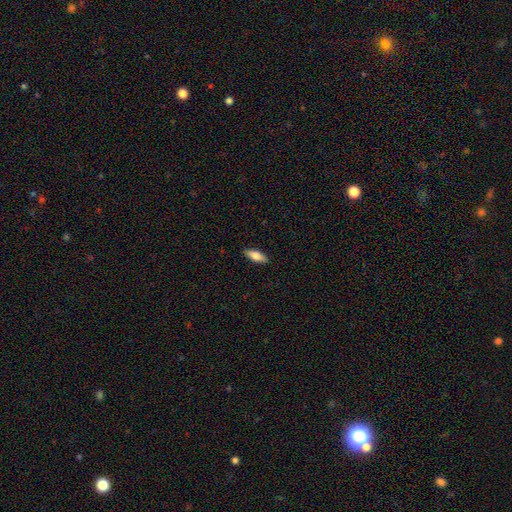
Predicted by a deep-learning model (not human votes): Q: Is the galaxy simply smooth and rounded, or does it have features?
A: smooth — 75%.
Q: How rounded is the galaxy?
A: in between — 68%.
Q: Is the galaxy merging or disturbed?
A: none — 89%.